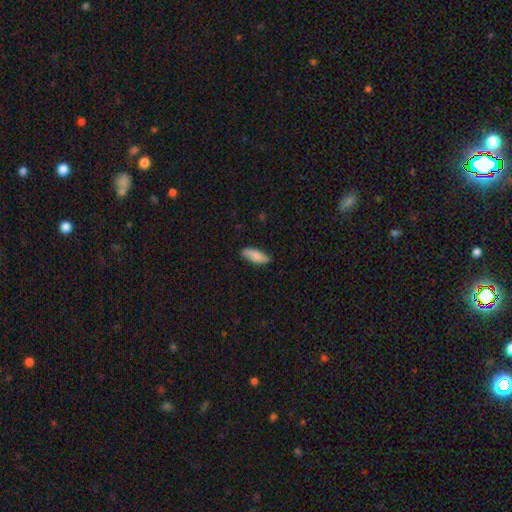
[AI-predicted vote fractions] A smooth galaxy with no disk features (81%) that is in between round and cigar-shaped (72%).

Vote fractions:
- Smooth or featured? smooth: 81% / featured or disk: 13% / star or artifact: 6%
- How rounded? in between: 72% / cigar-shaped: 26% / round: 2%
- Merging? none: 81% / minor disturbance: 16% / major disturbance: 2% / merger: 1%